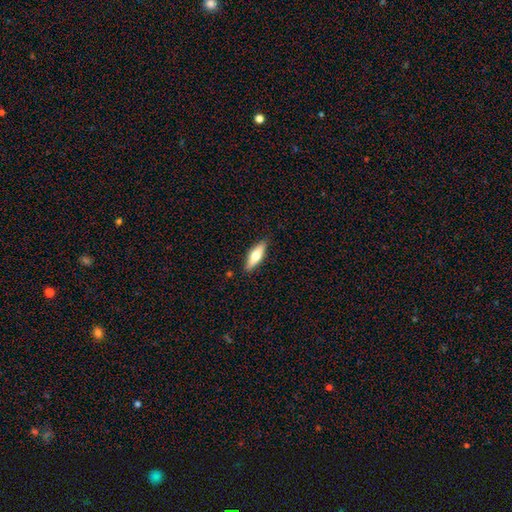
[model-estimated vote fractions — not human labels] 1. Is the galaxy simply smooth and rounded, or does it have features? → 59% smooth, 35% featured or disk, 6% star or artifact.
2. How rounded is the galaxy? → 51% cigar-shaped, 47% in between, 2% round.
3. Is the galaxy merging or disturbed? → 89% none, 9% minor disturbance, 2% major disturbance, 1% merger.